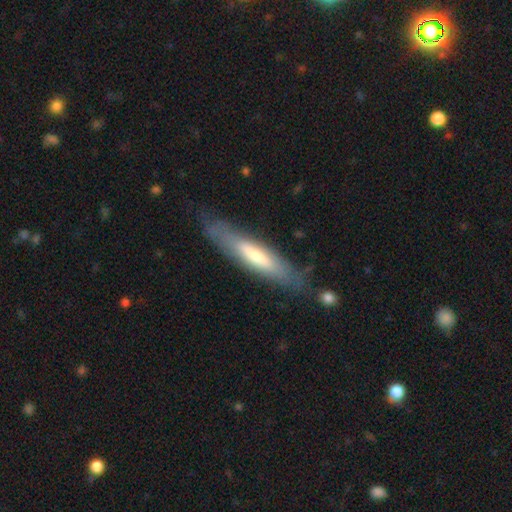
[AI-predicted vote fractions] Smooth or featured: featured or disk — 49% (smooth — 45%)
Merging: none — 80% (minor disturbance — 14%)